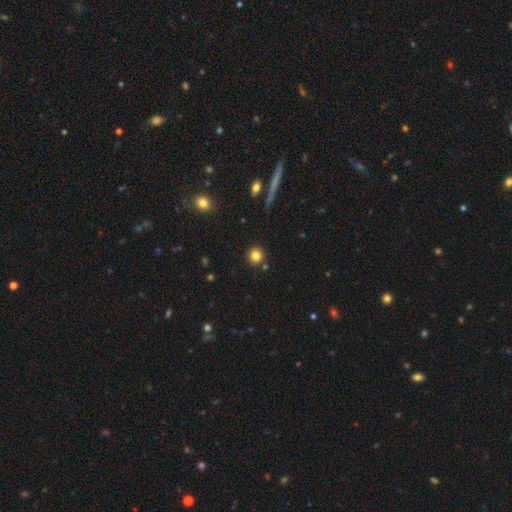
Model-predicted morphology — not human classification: smooth 81%, star or artifact 12%, featured or disk 7%. Down the decision tree: how rounded — round (92%); merging — none (87%).